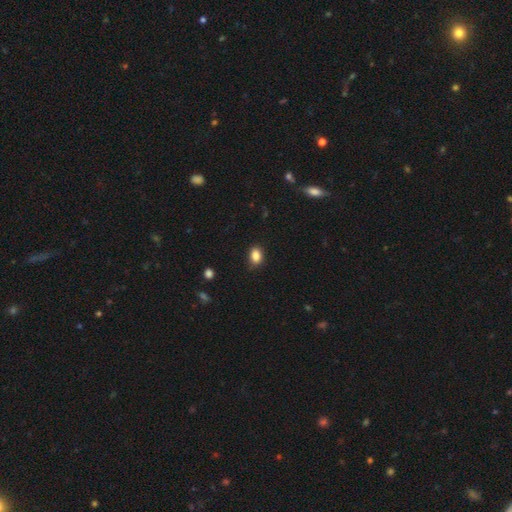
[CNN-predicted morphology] Smooth or featured? smooth (86%)
How rounded? in between (76%)
Merging? none (80%)